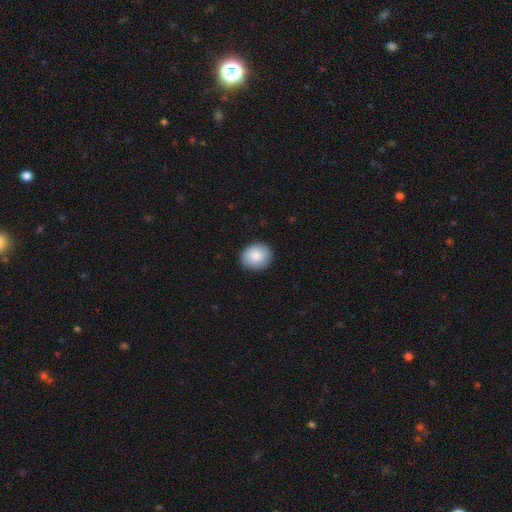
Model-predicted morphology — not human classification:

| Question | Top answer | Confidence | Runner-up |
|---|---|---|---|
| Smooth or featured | smooth | 86% | featured or disk (7%) |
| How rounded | round | 77% | in between (22%) |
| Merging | none | 89% | minor disturbance (8%) |